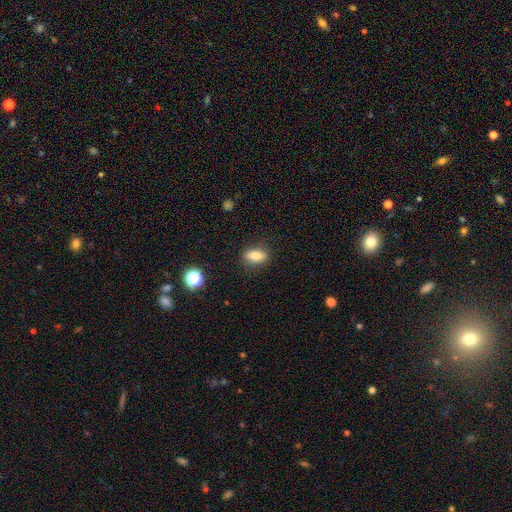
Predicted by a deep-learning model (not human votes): Overall: smooth (76%). How rounded: in between (72%). Merging: none (85%).